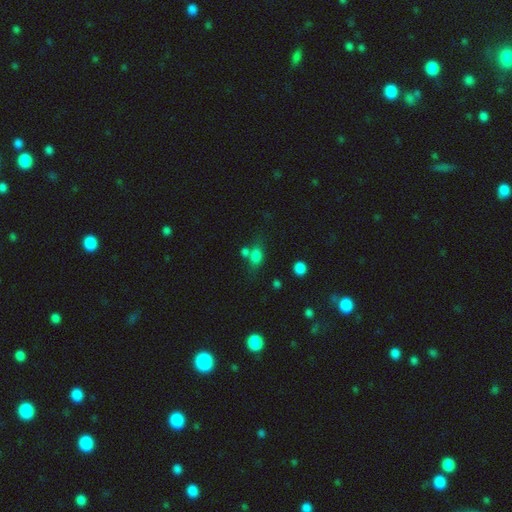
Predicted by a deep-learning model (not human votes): smooth-or-featured: smooth: 75% | star or artifact: 13% | featured or disk: 12%
  how-rounded: in between: 72% | round: 21% | cigar-shaped: 7%
  merging: none: 51% | merger: 24% | minor disturbance: 17% | major disturbance: 8%